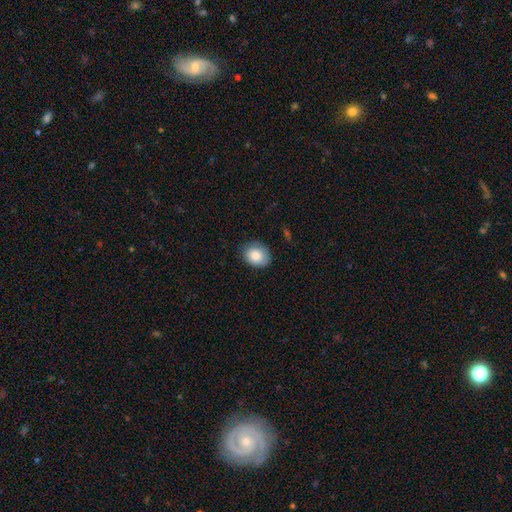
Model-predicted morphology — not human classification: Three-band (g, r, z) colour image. It shows a smooth galaxy with no disk features (84%) that is in between round and cigar-shaped (52%). Merging: none (79%).